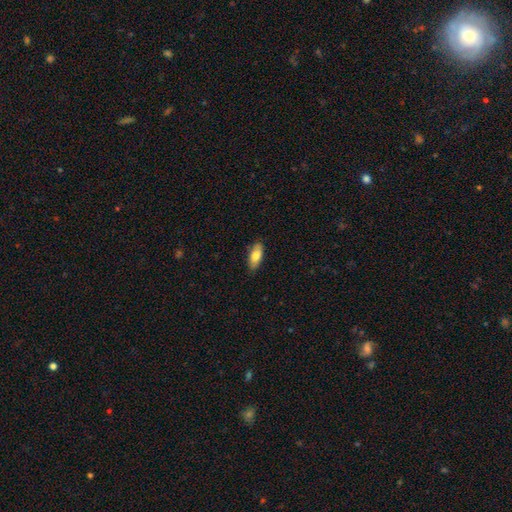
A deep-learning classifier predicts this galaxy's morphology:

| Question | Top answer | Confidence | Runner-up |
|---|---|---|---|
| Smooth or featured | smooth | 78% | featured or disk (16%) |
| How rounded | in between | 82% | cigar-shaped (16%) |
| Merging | none | 82% | minor disturbance (14%) |